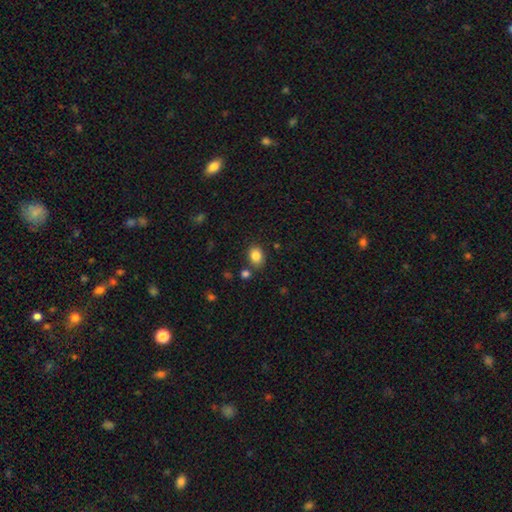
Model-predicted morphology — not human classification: This appears to be a smooth galaxy with no disk features (85%) that is in between round and cigar-shaped (56%). Merging: none (77%).